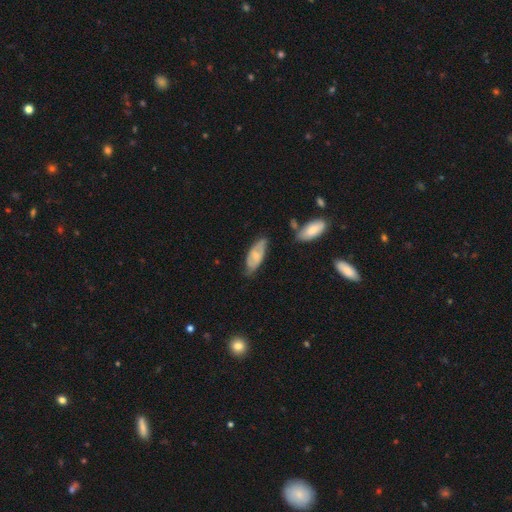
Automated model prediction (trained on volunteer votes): A smooth galaxy with no disk features (50%) that is in between round and cigar-shaped (84%). Merging: none (61%).